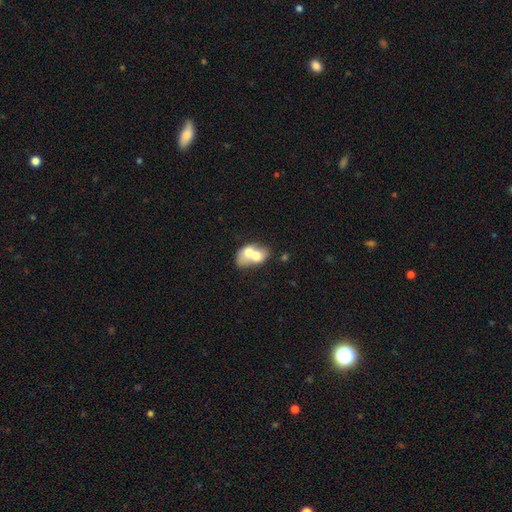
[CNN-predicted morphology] This appears to be a smooth galaxy with no disk features (60%) that is in between round and cigar-shaped (71%). Merging: merger (74%).